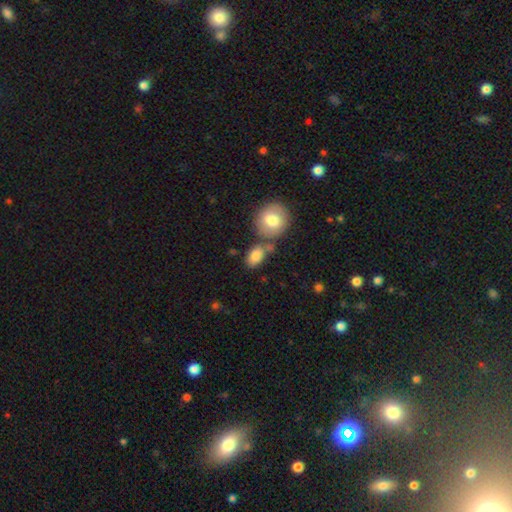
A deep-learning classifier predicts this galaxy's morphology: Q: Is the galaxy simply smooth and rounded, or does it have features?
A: smooth — 84%.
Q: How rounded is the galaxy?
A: in between — 83%.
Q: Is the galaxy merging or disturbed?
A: none — 57%.